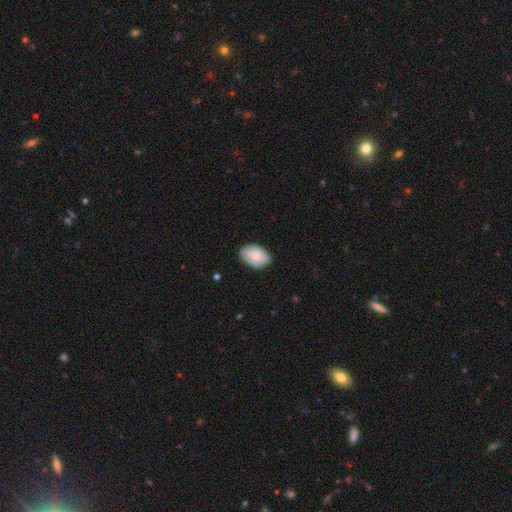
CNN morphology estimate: This appears to be a smooth galaxy with no disk features (71%) that is in between round and cigar-shaped (90%). Merging: none (78%).